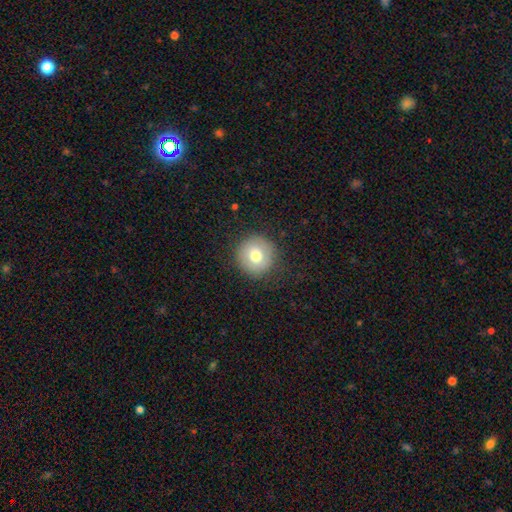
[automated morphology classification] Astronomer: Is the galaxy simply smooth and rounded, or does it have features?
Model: smooth — 72%.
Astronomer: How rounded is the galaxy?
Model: round — 94%.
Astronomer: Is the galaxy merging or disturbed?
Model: none — 87%.